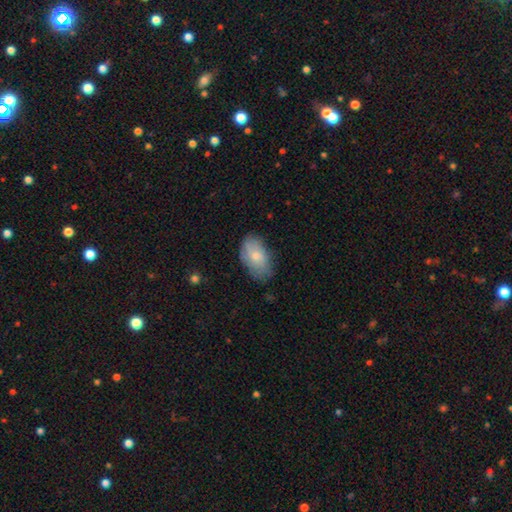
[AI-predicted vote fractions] This is likely a smooth galaxy (75%). How rounded: clearly in between (93%). Merging: likely none (70%).